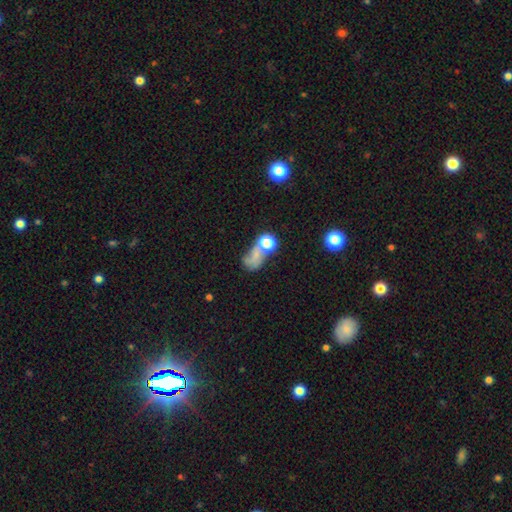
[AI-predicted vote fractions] smooth 50%, featured or disk 25%, star or artifact 25%. Down the decision tree: merging — merger (32%).